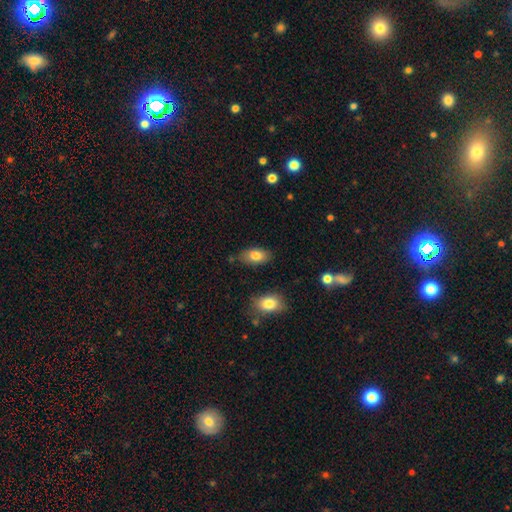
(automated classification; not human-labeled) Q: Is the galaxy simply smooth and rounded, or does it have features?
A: smooth — 81%.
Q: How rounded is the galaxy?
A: in between — 92%.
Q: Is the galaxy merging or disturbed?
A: none — 80%.